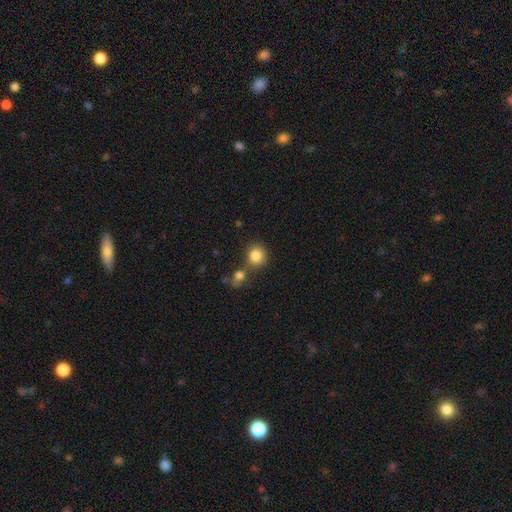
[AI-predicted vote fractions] A smooth galaxy with no disk features (84%) that is round (86%).

Vote fractions:
- Smooth or featured? smooth: 84% / star or artifact: 10% / featured or disk: 6%
- How rounded? round: 86% / in between: 13% / cigar-shaped: 1%
- Merging? none: 65% / merger: 21% / minor disturbance: 10% / major disturbance: 4%